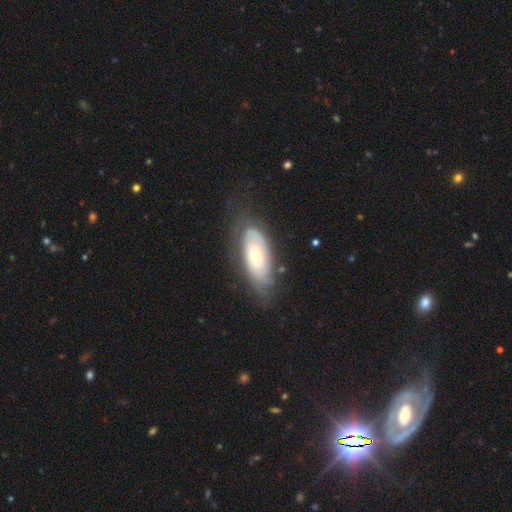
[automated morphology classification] Overall: featured or disk (61%; smooth 33%). Edge-on disk: no (87%). Bar: no (82%). Spiral arms: yes (63%; no 37%). Bulge size: moderate (59%; small 34%). Merging: none (65%).